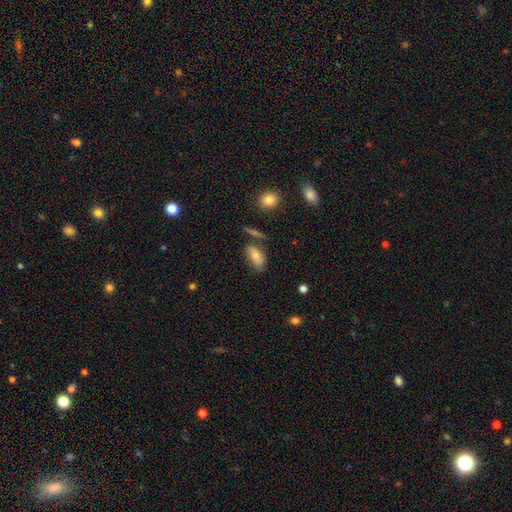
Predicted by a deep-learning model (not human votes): Q: Smooth or featured?
A: smooth (74%); runner-up: featured or disk (18%)
Q: How rounded?
A: in between (87%); runner-up: cigar-shaped (9%)
Q: Merging?
A: none (62%); runner-up: minor disturbance (21%)